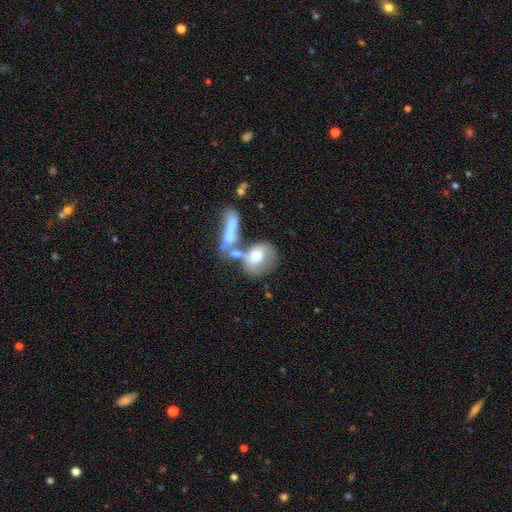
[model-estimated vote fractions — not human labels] smooth 56%, featured or disk 35%, star or artifact 9%. Down the decision tree: how rounded — round (50%); merging — merger (45%).